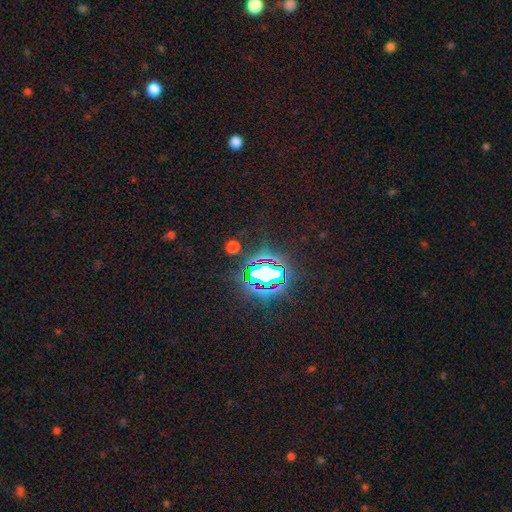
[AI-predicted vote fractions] Q: Smooth or featured?
A: star or artifact (83%); runner-up: smooth (10%)